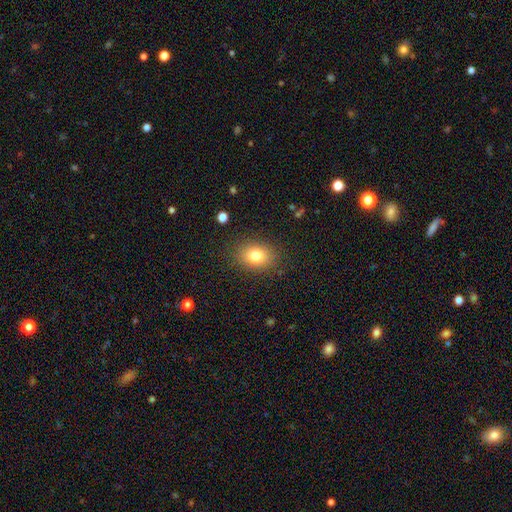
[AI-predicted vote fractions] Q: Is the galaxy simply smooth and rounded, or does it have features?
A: smooth — 80%.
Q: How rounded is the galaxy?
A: in between — 63%.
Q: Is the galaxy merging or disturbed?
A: none — 86%.